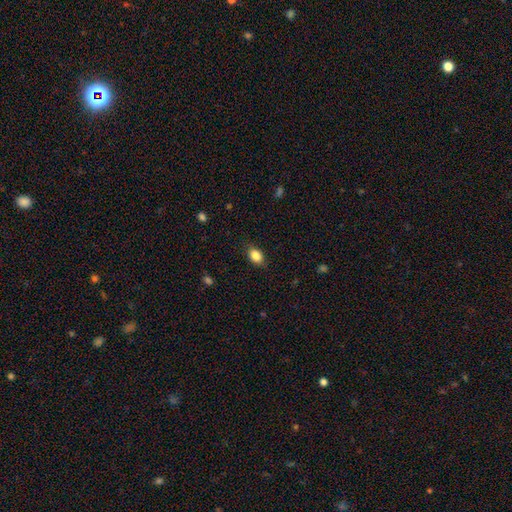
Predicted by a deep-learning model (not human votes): Morphology: type=smooth (86%); roundness=in between (83%); merging=none (83%).